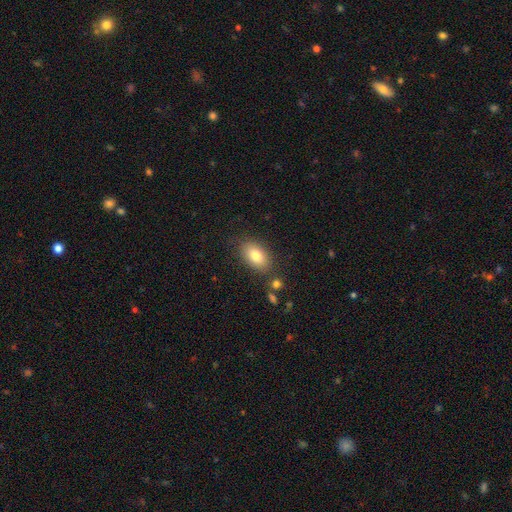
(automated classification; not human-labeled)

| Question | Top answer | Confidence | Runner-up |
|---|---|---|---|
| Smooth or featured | smooth | 82% | featured or disk (11%) |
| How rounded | in between | 90% | round (8%) |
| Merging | none | 81% | minor disturbance (12%) |